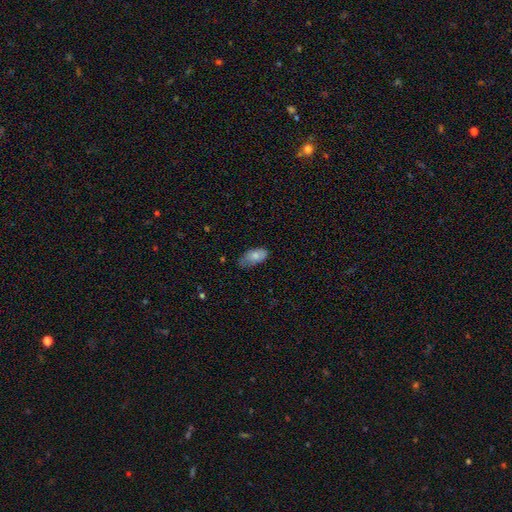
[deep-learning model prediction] Smooth or featured? Predicted: smooth (p=0.76). How rounded? Predicted: in between (p=0.92). Merging? Predicted: none (p=0.51).